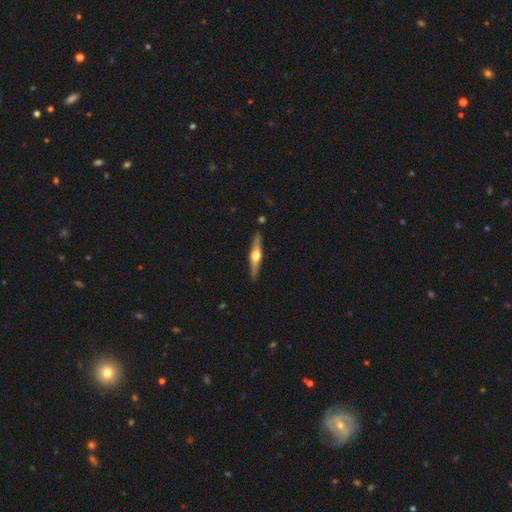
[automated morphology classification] This appears to be a featured or disk galaxy (70%) viewed edge-on (97%) with a rounded central bulge (95%). Merging: none (89%).